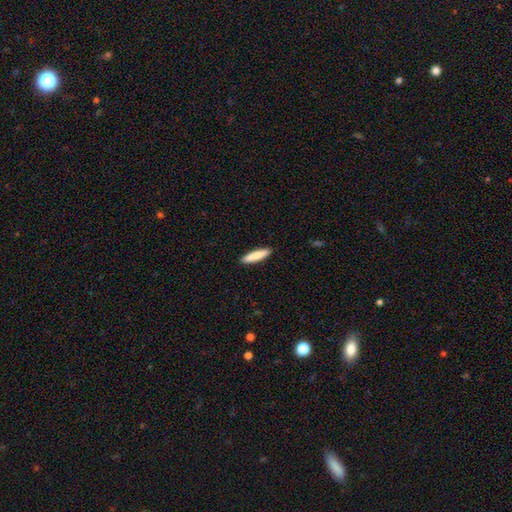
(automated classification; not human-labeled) Overall: smooth (85%). How rounded: cigar-shaped (86%). Merging: none (92%).